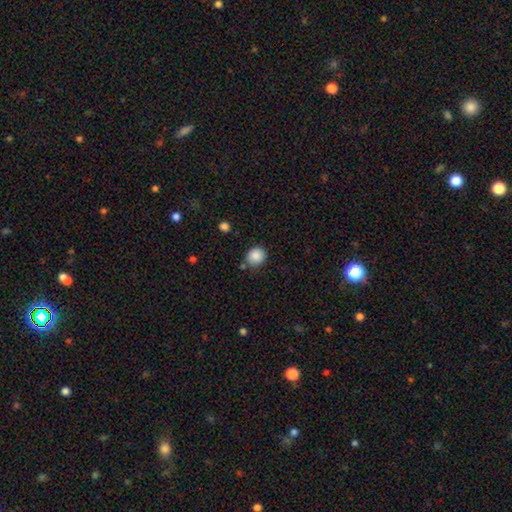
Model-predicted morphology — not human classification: This appears to be a smooth galaxy with no disk features (88%) that is round (79%). Merging: none (78%).